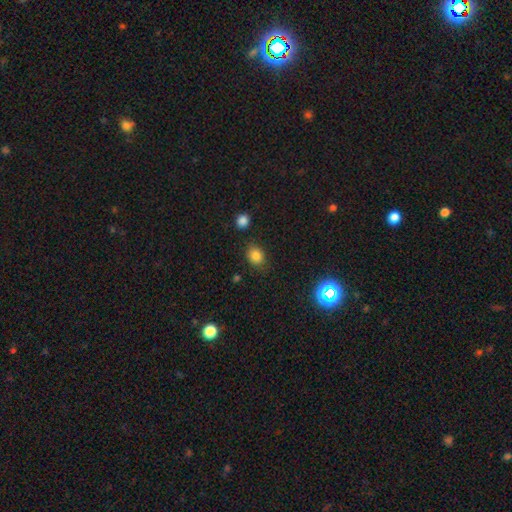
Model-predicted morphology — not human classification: smooth 82%, star or artifact 13%, featured or disk 5%. Down the decision tree: how rounded — round (51%); merging — none (81%).